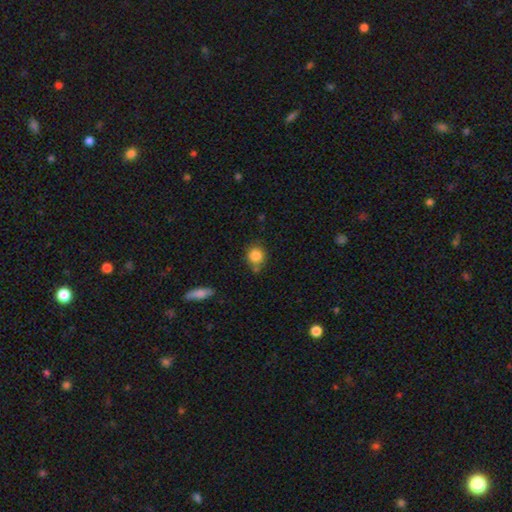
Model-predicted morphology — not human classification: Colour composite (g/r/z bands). It shows a smooth galaxy with no disk features (85%) that is round (84%). Merging: none (68%).